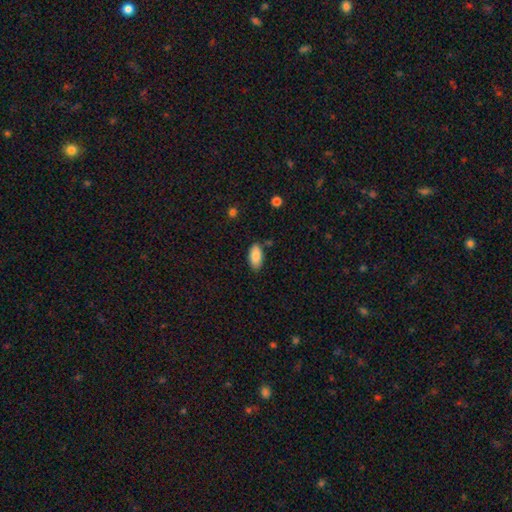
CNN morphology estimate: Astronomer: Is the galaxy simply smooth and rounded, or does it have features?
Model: smooth — 86%.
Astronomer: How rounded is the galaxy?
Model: in between — 92%.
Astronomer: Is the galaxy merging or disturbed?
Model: none — 81%.